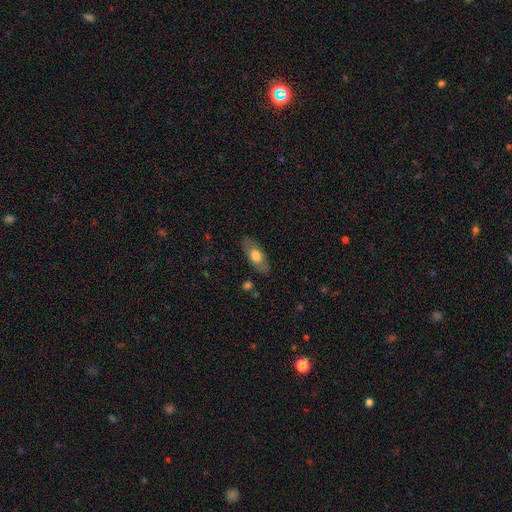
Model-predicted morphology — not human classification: Smooth or featured?
  - smooth: 63% *
  - featured or disk: 31%
  - star or artifact: 6%
How rounded?
  - in between: 86% *
  - cigar-shaped: 11%
  - round: 4%
Merging?
  - none: 83% *
  - minor disturbance: 12%
  - major disturbance: 3%
  - merger: 1%